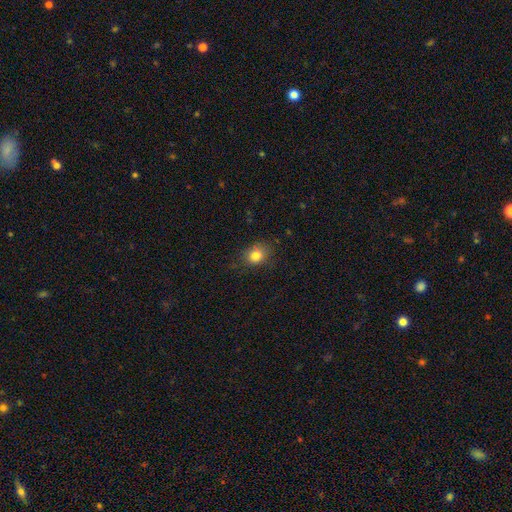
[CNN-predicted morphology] smooth-or-featured: smooth: 81% | star or artifact: 11% | featured or disk: 7%
  how-rounded: round: 55% | in between: 44% | cigar-shaped: 1%
  merging: none: 75% | minor disturbance: 19% | major disturbance: 5% | merger: 1%